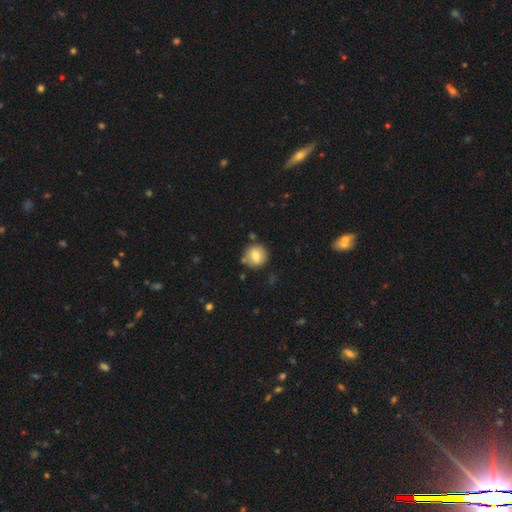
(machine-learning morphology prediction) This appears to be a smooth galaxy with no disk features (73%) that is round (88%). Merging: none (77%).